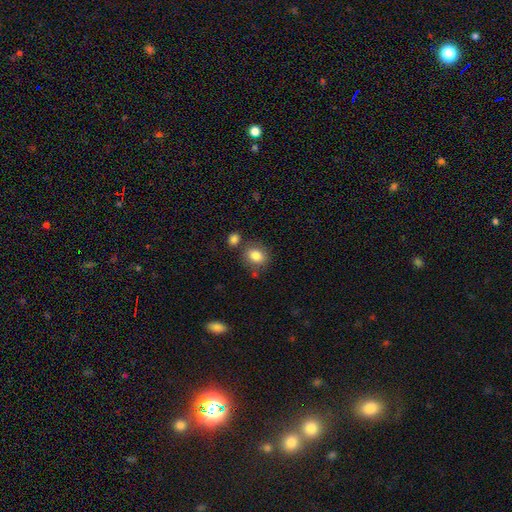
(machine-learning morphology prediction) smooth-or-featured: smooth: 84% | star or artifact: 9% | featured or disk: 7%
  how-rounded: round: 51% | in between: 48% | cigar-shaped: 1%
  merging: none: 69% | minor disturbance: 14% | merger: 13% | major disturbance: 4%